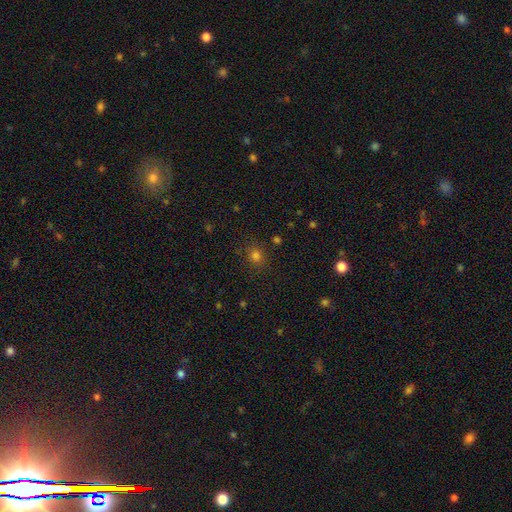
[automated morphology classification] Smooth or featured? smooth (76%)
How rounded? round (80%)
Merging? none (85%)